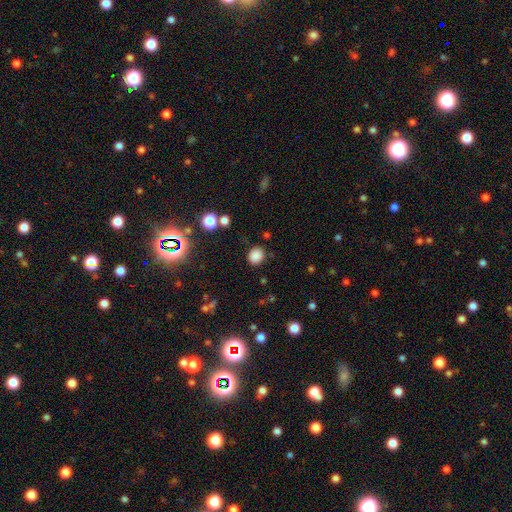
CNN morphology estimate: smooth_or_featured: smooth (p=0.83) [alt: star or artifact p=0.13]
how_rounded: round (p=0.77) [alt: in between p=0.22]
merging: none (p=0.84) [alt: minor disturbance p=0.10]